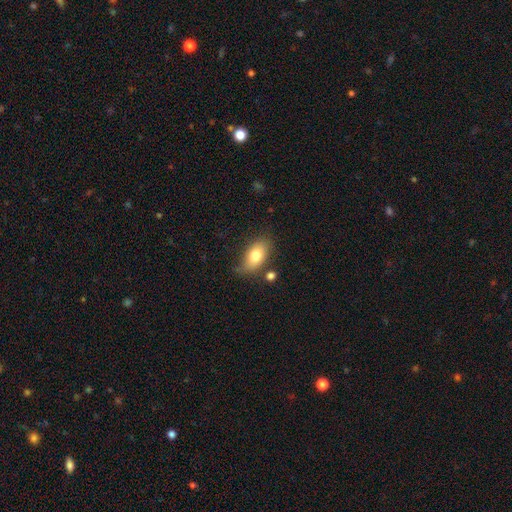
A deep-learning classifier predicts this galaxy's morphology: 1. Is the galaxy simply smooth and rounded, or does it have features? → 77% smooth, 15% featured or disk, 8% star or artifact.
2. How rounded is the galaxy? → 90% in between, 6% round, 4% cigar-shaped.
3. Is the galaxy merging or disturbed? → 69% none, 20% minor disturbance, 6% merger, 5% major disturbance.